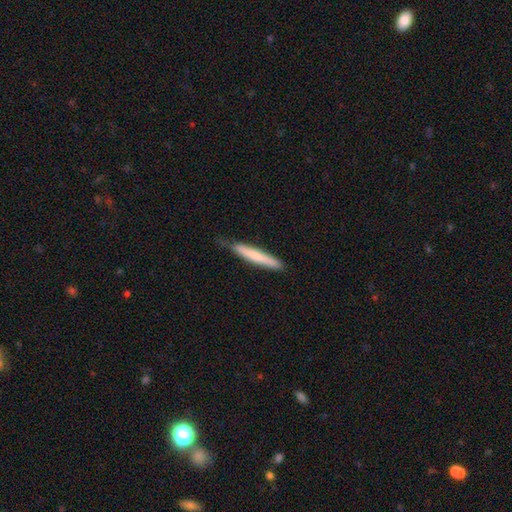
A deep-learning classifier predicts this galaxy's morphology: smooth 73%, featured or disk 22%, star or artifact 5%. Down the decision tree: how rounded — cigar-shaped (95%); merging — none (74%).